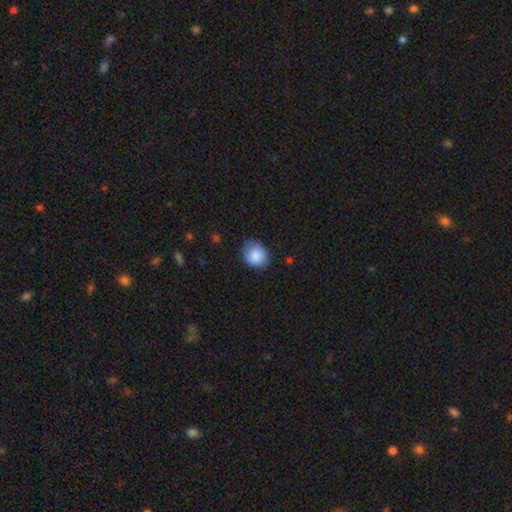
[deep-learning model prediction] A smooth galaxy with no disk features (87%) that is round (63%).

Vote fractions:
- Smooth or featured? smooth: 87% / star or artifact: 7% / featured or disk: 6%
- How rounded? round: 63% / in between: 36% / cigar-shaped: 1%
- Merging? none: 71% / minor disturbance: 23% / major disturbance: 5% / merger: 1%